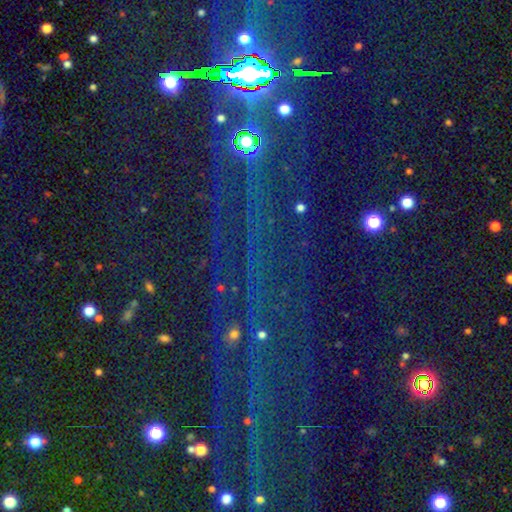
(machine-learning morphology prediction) This is clearly a star or artifact rather than a galaxy (84%).